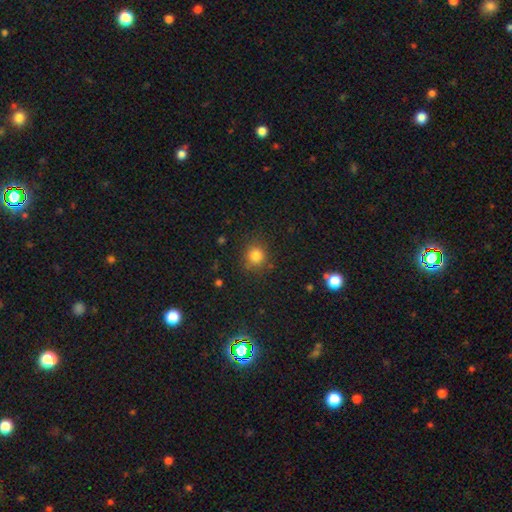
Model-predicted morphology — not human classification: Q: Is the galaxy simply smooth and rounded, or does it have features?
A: smooth — 82%.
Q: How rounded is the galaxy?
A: round — 89%.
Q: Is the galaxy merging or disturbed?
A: none — 84%.